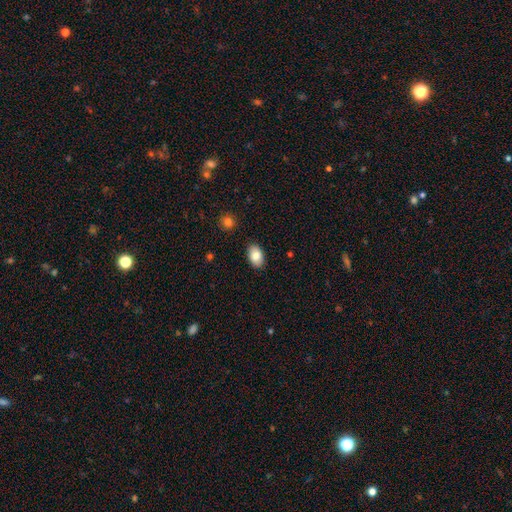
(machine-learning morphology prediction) A smooth galaxy with no disk features (84%) that is in between round and cigar-shaped (89%).

Vote fractions:
- Smooth or featured? smooth: 84% / featured or disk: 9% / star or artifact: 7%
- How rounded? in between: 89% / round: 10% / cigar-shaped: 1%
- Merging? none: 88% / minor disturbance: 9% / major disturbance: 2% / merger: 1%